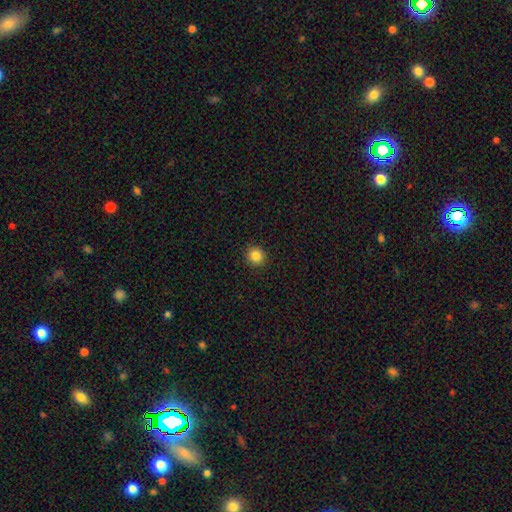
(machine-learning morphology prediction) Smooth or featured? smooth (84%)
How rounded? round (91%)
Merging? none (92%)